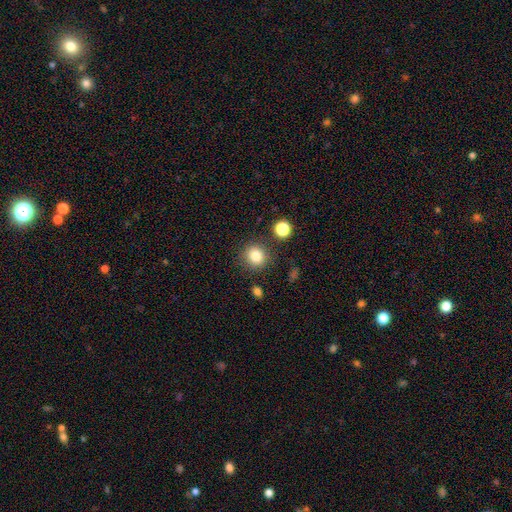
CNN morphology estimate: Smooth or featured? Predicted: smooth (p=0.83). How rounded? Predicted: round (p=0.87). Merging? Predicted: none (p=0.84).